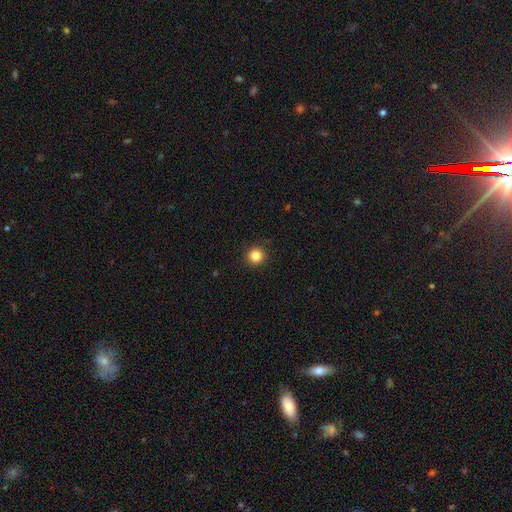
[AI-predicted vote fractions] Morphology: type=smooth (85%); roundness=round (95%); merging=none (92%).